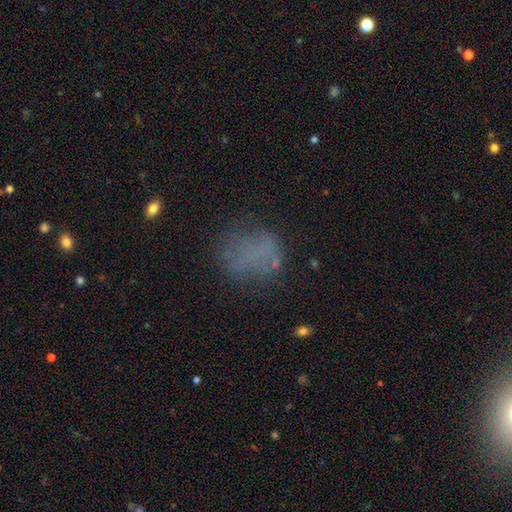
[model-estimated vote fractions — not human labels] A smooth galaxy with no disk features (58%) that is round (62%). Merging: none (62%).